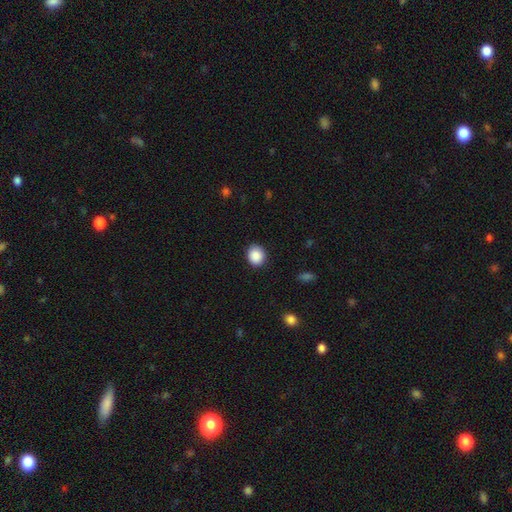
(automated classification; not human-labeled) A smooth galaxy with no disk features (88%) that is round (78%).

Vote fractions:
- Smooth or featured? smooth: 88% / star or artifact: 8% / featured or disk: 3%
- How rounded? round: 78% / in between: 21% / cigar-shaped: 1%
- Merging? none: 89% / minor disturbance: 8% / major disturbance: 2% / merger: 1%